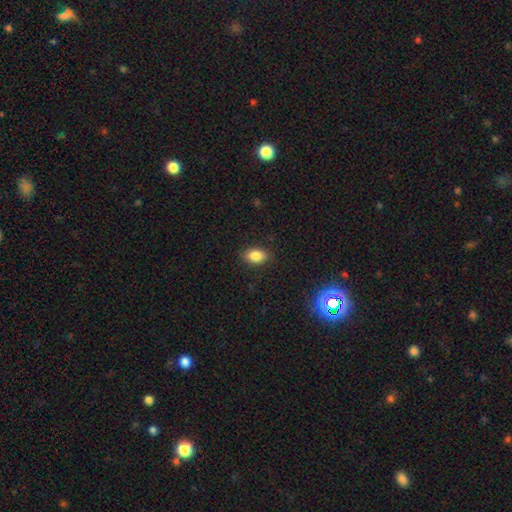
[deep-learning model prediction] Smooth or featured: smooth — 84% (star or artifact — 9%)
How rounded: in between — 88% (round — 10%)
Merging: none — 87% (minor disturbance — 9%)